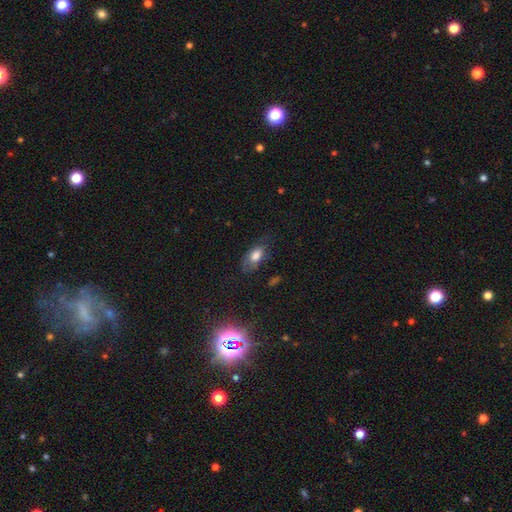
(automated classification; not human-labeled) Smooth or featured? smooth (73%)
How rounded? in between (88%)
Merging? none (58%)